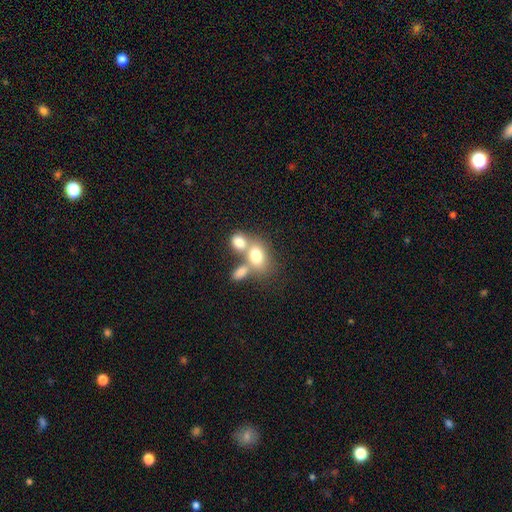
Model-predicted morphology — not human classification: smooth_or_featured: smooth (p=0.74) [alt: featured or disk p=0.16]
how_rounded: in between (p=0.65) [alt: round p=0.33]
merging: merger (p=0.53) [alt: none p=0.33]